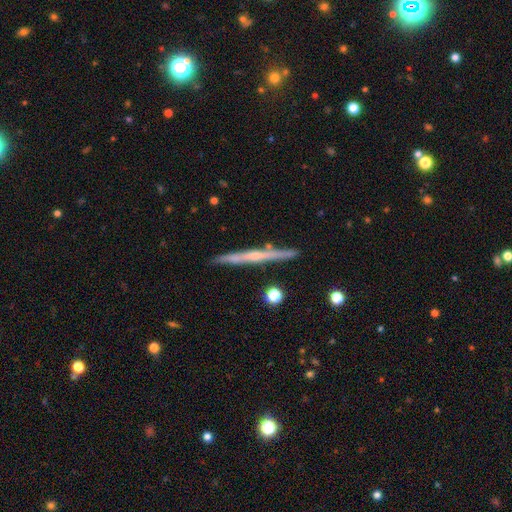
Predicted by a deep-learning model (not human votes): Smooth or featured?
  - featured or disk: 72% *
  - smooth: 21%
  - star or artifact: 7%
Edge-on disk?
  - yes: 97% *
  - no: 3%
Edge-on bulge?
  - rounded: 59% *
  - none: 34%
  - boxy: 7%
Merging?
  - none: 88% *
  - minor disturbance: 9%
  - merger: 2%
  - major disturbance: 2%